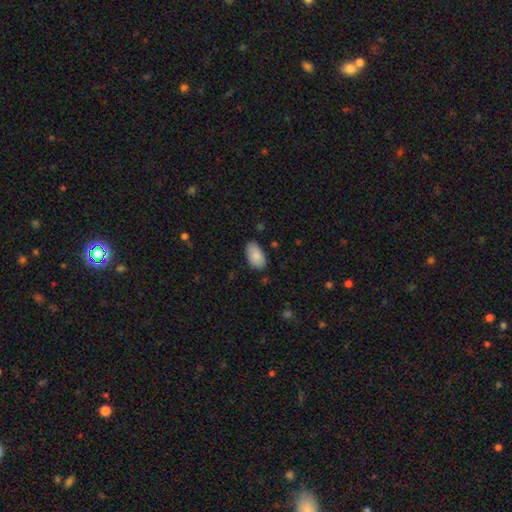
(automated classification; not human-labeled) smooth-or-featured: smooth: 87% | featured or disk: 7% | star or artifact: 6%
  how-rounded: in between: 95% | round: 4% | cigar-shaped: 1%
  merging: none: 83% | minor disturbance: 13% | major disturbance: 3% | merger: 1%